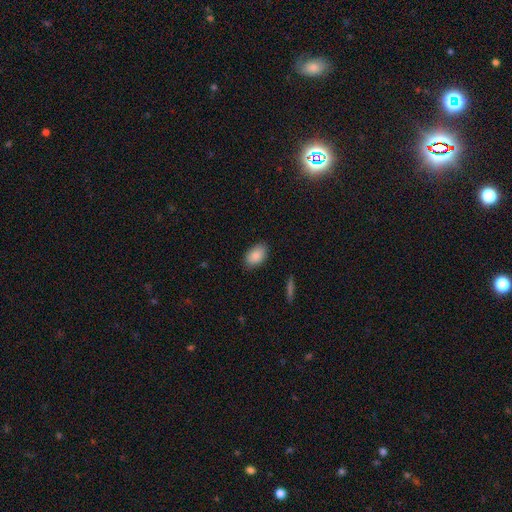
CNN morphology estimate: This is clearly a smooth galaxy (88%). How rounded: clearly in between (91%). Merging: clearly none (85%).